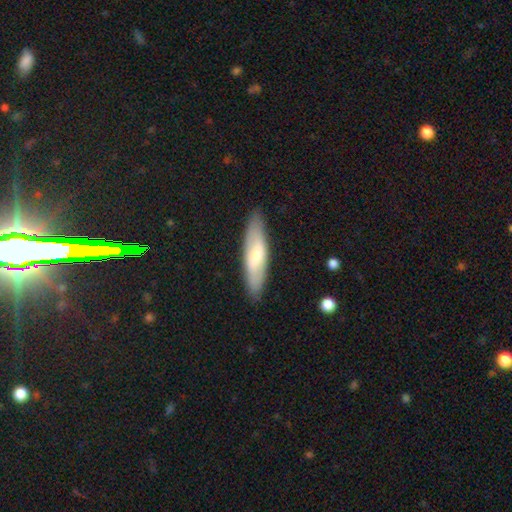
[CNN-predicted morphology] type=smooth (62%); roundness=cigar-shaped (66%); merging=none (87%).